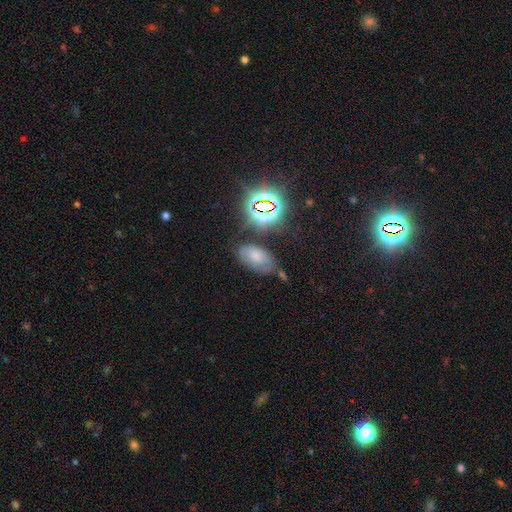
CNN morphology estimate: Smooth or featured? Predicted: smooth (p=0.59). How rounded? Predicted: in between (p=0.92). Merging? Predicted: none (p=0.63).